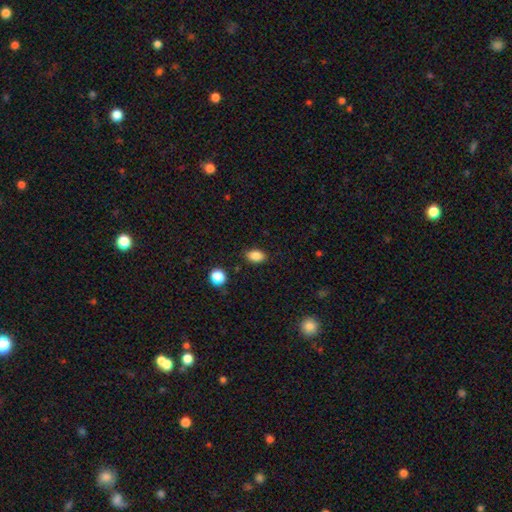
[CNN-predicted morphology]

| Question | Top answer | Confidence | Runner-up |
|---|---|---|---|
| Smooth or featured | smooth | 86% | star or artifact (10%) |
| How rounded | in between | 84% | round (15%) |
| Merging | none | 83% | minor disturbance (13%) |